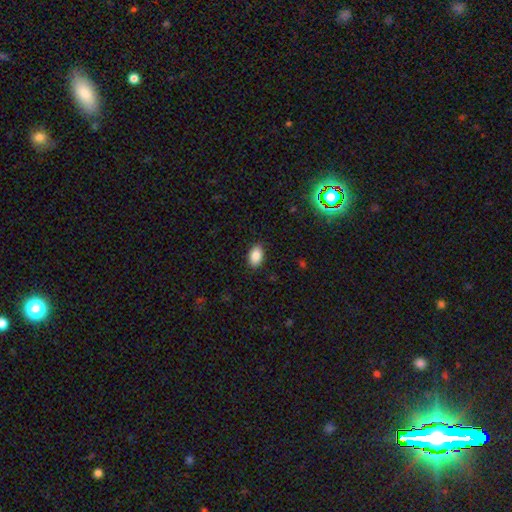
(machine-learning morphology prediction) A smooth galaxy with no disk features (88%) that is in between round and cigar-shaped (91%).

Vote fractions:
- Smooth or featured? smooth: 88% / star or artifact: 8% / featured or disk: 5%
- How rounded? in between: 91% / round: 8% / cigar-shaped: 1%
- Merging? none: 88% / minor disturbance: 9% / major disturbance: 2% / merger: 1%